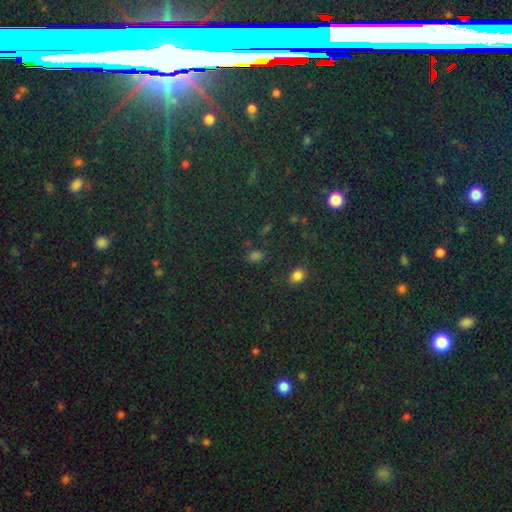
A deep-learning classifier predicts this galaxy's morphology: smooth_or_featured: star or artifact (p=0.64) [alt: smooth p=0.27]